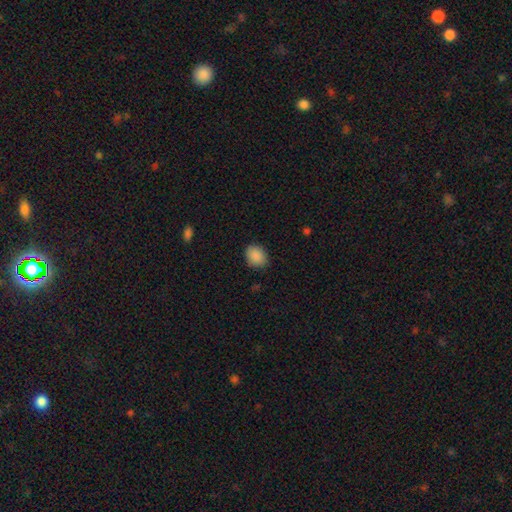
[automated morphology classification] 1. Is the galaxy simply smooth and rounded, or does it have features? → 89% smooth, 8% star or artifact, 3% featured or disk.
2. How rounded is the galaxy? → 55% in between, 44% round, 1% cigar-shaped.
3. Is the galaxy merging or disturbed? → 84% none, 12% minor disturbance, 3% major disturbance, 1% merger.